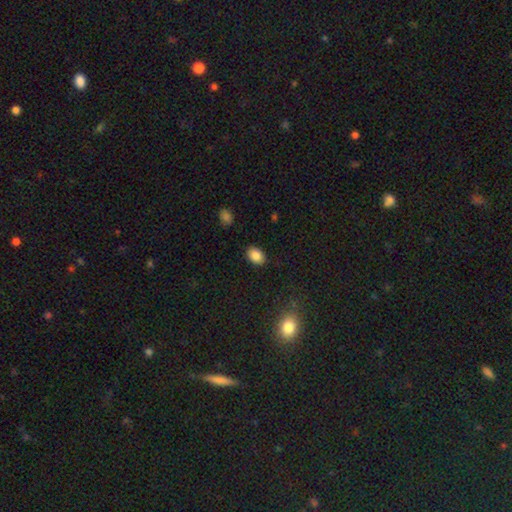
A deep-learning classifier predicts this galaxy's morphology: smooth 86%, star or artifact 9%, featured or disk 5%. Down the decision tree: how rounded — in between (78%); merging — none (87%).